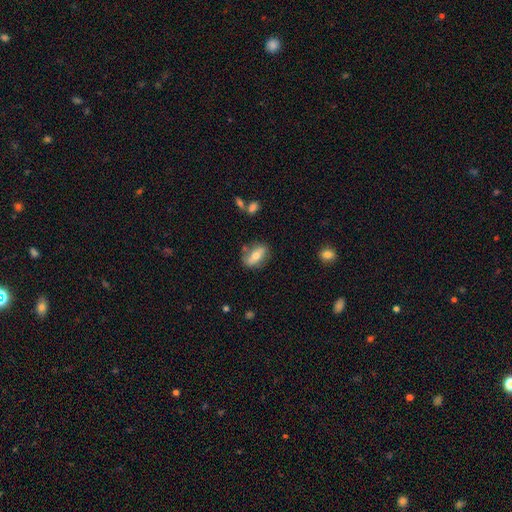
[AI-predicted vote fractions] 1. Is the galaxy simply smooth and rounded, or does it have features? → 56% smooth, 37% featured or disk, 7% star or artifact.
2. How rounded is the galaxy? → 77% in between, 14% cigar-shaped, 9% round.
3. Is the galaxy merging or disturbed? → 74% none, 17% minor disturbance, 5% major disturbance, 4% merger.